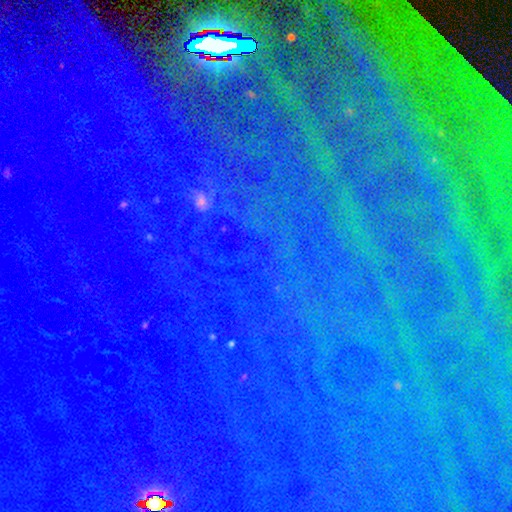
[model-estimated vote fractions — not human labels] Morphology: type=star or artifact (84%).